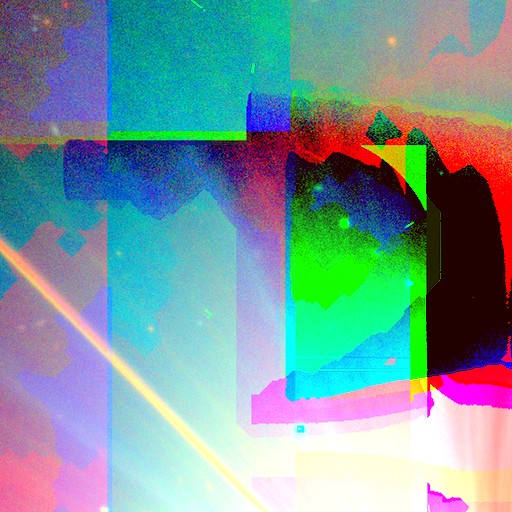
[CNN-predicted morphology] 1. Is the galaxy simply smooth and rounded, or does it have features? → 86% star or artifact, 8% featured or disk, 6% smooth.